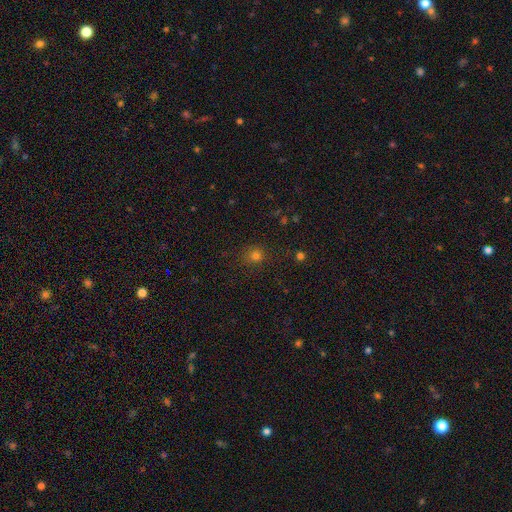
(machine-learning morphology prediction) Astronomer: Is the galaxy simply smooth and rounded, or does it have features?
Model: smooth — 73%.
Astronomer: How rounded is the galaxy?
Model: round — 85%.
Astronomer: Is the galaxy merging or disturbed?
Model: none — 84%.